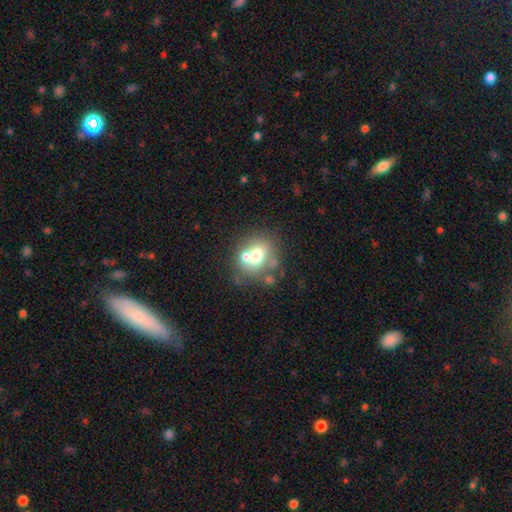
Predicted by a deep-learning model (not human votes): smooth_or_featured: smooth (p=0.65) [alt: featured or disk p=0.24]
how_rounded: round (p=0.64) [alt: in between p=0.35]
merging: none (p=0.50) [alt: merger p=0.32]